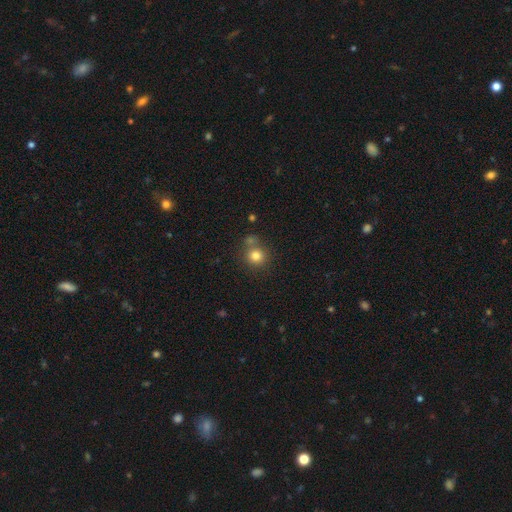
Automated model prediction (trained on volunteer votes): smooth 80%, star or artifact 13%, featured or disk 8%. Down the decision tree: how rounded — round (91%); merging — none (67%).